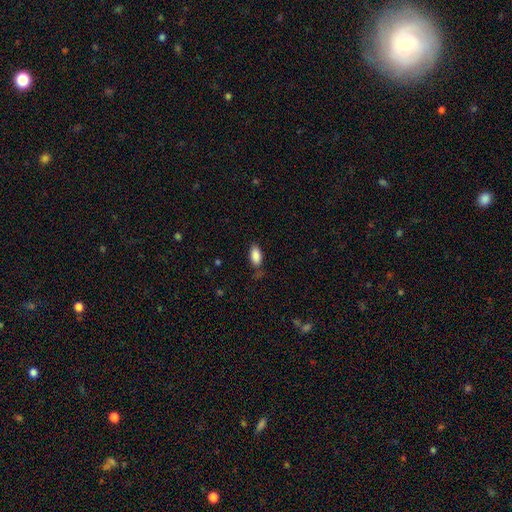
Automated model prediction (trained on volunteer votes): A smooth galaxy with no disk features (88%) that is in between round and cigar-shaped (93%).

Vote fractions:
- Smooth or featured? smooth: 88% / star or artifact: 7% / featured or disk: 5%
- How rounded? in between: 93% / cigar-shaped: 4% / round: 3%
- Merging? none: 71% / minor disturbance: 20% / major disturbance: 6% / merger: 3%